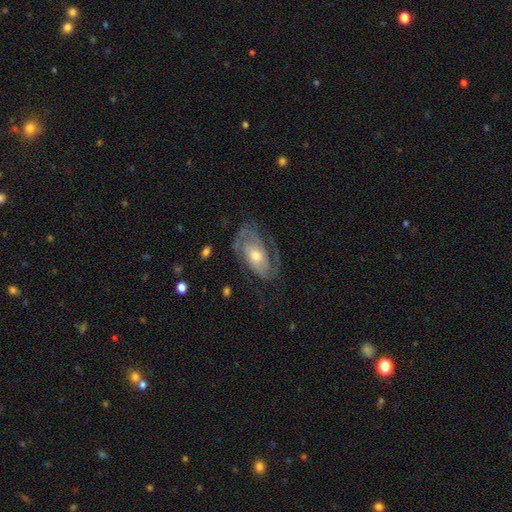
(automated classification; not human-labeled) Q: Smooth or featured?
A: featured or disk (78%); runner-up: smooth (16%)
Q: Edge-on disk?
A: no (95%); runner-up: yes (5%)
Q: Bar?
A: no (68%); runner-up: weak (25%)
Q: Spiral arms?
A: yes (87%); runner-up: no (13%)
Q: Spiral winding?
A: tight (43%); runner-up: medium (39%)
Q: Spiral arm count?
A: 2 (58%); runner-up: can't tell (20%)
Q: Bulge size?
A: moderate (60%); runner-up: small (30%)
Q: Merging?
A: none (57%); runner-up: minor disturbance (21%)